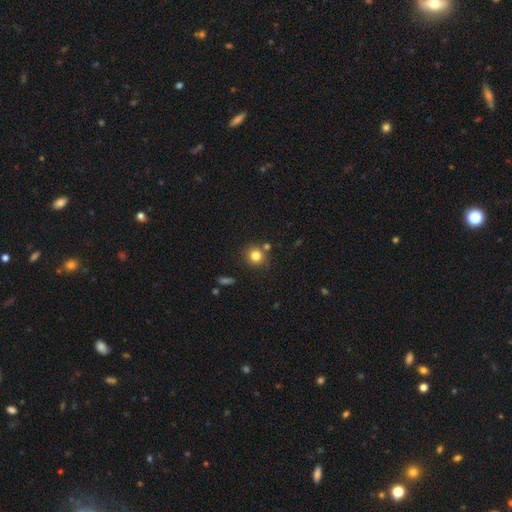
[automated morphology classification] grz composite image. It shows a smooth galaxy with no disk features (81%) that is round (90%). Merging: none (77%).